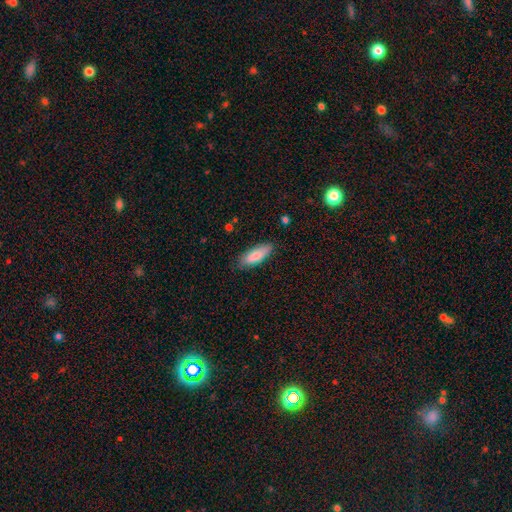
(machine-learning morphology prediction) type=smooth (84%); roundness=in between (65%); merging=none (81%).